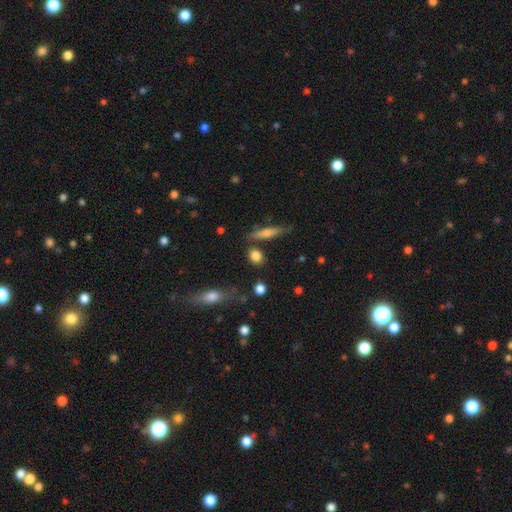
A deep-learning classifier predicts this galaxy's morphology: Overall: smooth (81%). How rounded: round (48%; in between 41%). Merging: none (78%).